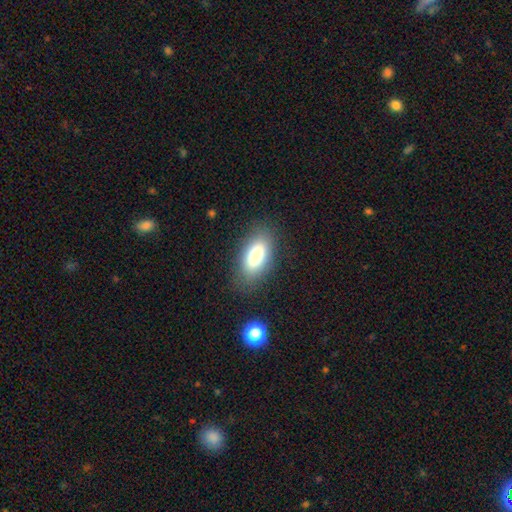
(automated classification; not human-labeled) The model was most divided on "smooth or featured": smooth: 81%, featured or disk: 11%, star or artifact: 9%. More confident: how rounded — in between (90%); merging — none (83%).